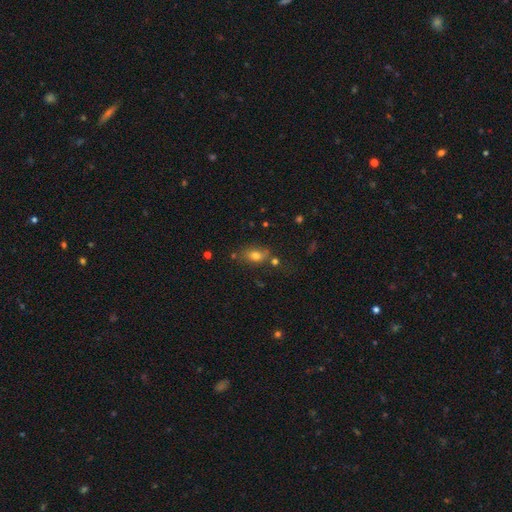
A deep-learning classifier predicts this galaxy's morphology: This is likely a smooth galaxy (73%). How rounded: likely in between (76%). Merging: likely none (63%).